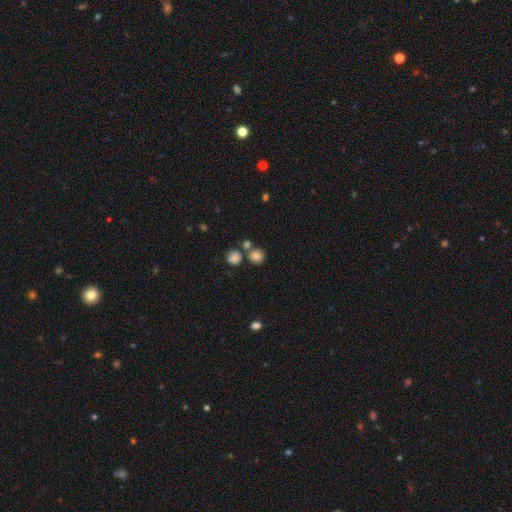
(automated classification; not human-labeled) smooth_or_featured: smooth (p=0.81) [alt: star or artifact p=0.12]
how_rounded: round (p=0.90) [alt: in between p=0.09]
merging: none (p=0.65) [alt: merger p=0.24]